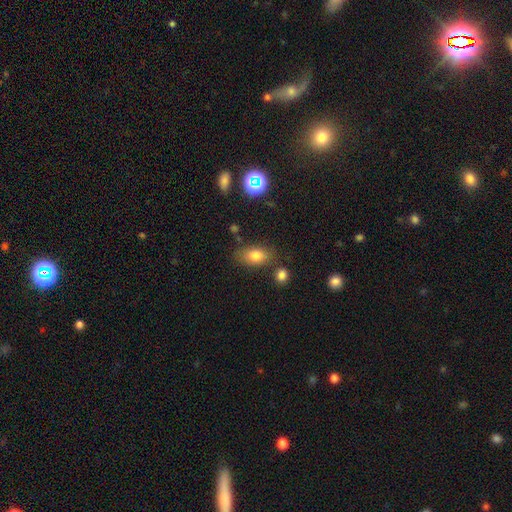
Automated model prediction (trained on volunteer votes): smooth 78%, star or artifact 11%, featured or disk 11%. Down the decision tree: how rounded — in between (85%); merging — none (75%).